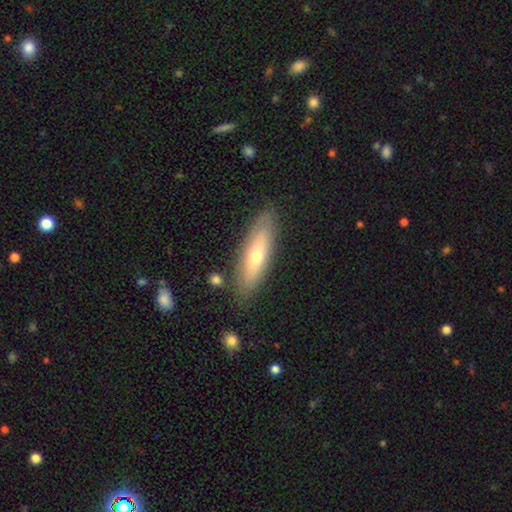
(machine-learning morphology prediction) smooth-or-featured: smooth: 56% | featured or disk: 38% | star or artifact: 6%
  how-rounded: cigar-shaped: 53% | in between: 44% | round: 2%
  merging: none: 83% | minor disturbance: 12% | major disturbance: 3% | merger: 2%